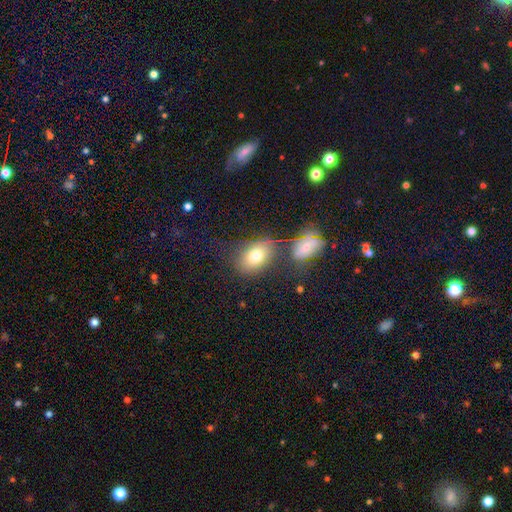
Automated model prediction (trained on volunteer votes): A smooth galaxy with no disk features (76%) that is in between round and cigar-shaped (78%).

Vote fractions:
- Smooth or featured? smooth: 76% / featured or disk: 14% / star or artifact: 10%
- How rounded? in between: 78% / round: 21% / cigar-shaped: 1%
- Merging? none: 67% / minor disturbance: 15% / merger: 13% / major disturbance: 6%